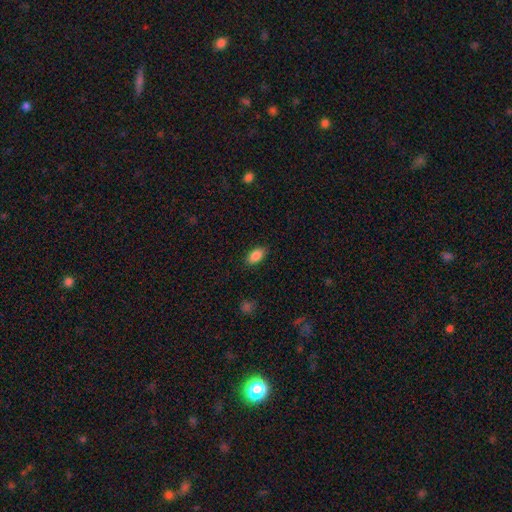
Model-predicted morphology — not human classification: Smooth or featured?
  - smooth: 87% *
  - star or artifact: 8%
  - featured or disk: 5%
How rounded?
  - in between: 91% *
  - round: 6%
  - cigar-shaped: 3%
Merging?
  - none: 86% *
  - minor disturbance: 11%
  - major disturbance: 2%
  - merger: 1%